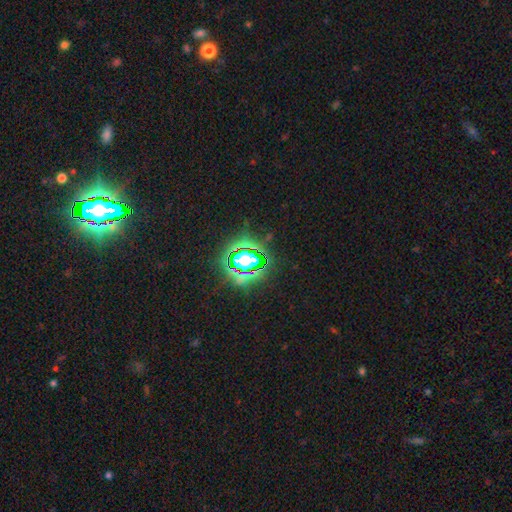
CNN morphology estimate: Overall: star or artifact (82%).